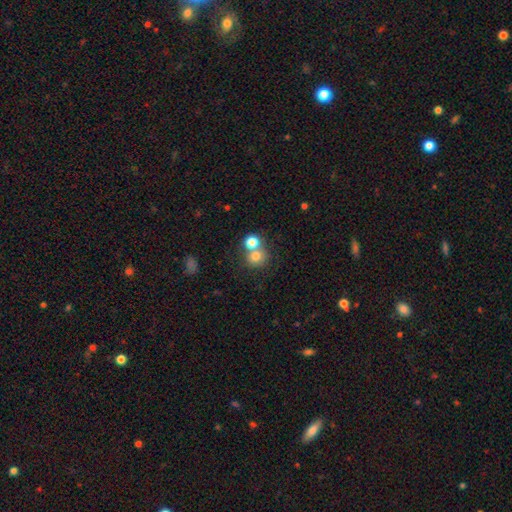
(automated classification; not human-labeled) Overall: smooth (75%). How rounded: round (83%). Merging: none (47%; merger 41%).